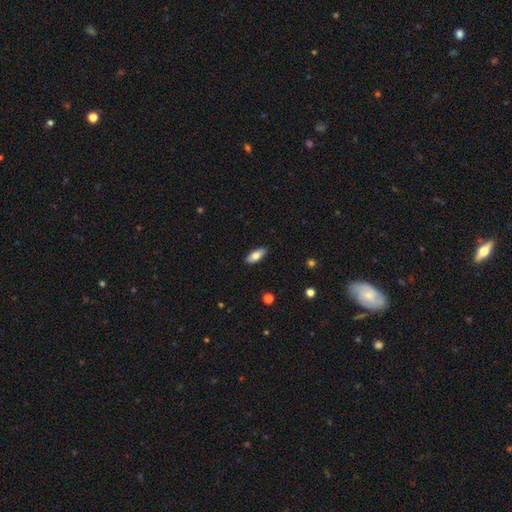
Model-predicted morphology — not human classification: Smooth or featured? smooth (75%)
How rounded? in between (81%)
Merging? none (89%)